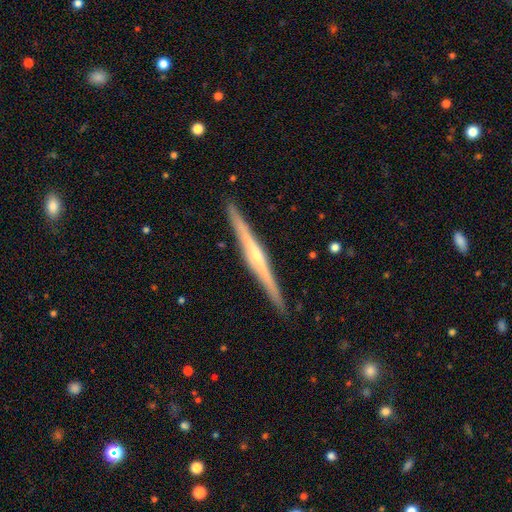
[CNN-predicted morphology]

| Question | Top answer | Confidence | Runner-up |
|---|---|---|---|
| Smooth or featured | featured or disk | 78% | smooth (17%) |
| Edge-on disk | yes | 98% | no (2%) |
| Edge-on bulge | rounded | 64% | none (28%) |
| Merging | none | 92% | minor disturbance (6%) |